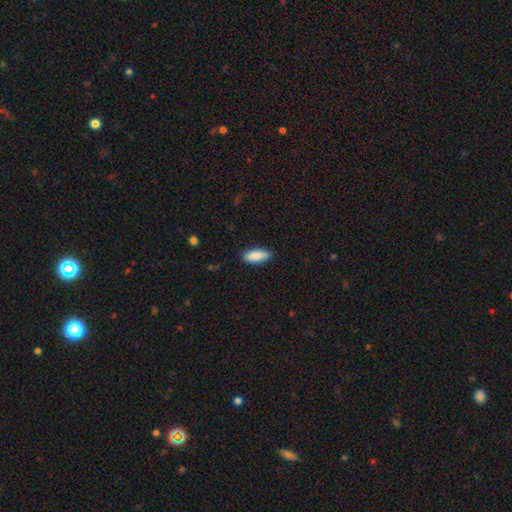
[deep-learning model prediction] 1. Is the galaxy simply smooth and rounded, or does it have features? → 87% smooth, 8% featured or disk, 6% star or artifact.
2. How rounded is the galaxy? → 70% in between, 29% cigar-shaped, 2% round.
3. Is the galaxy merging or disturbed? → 87% none, 10% minor disturbance, 2% major disturbance, 1% merger.